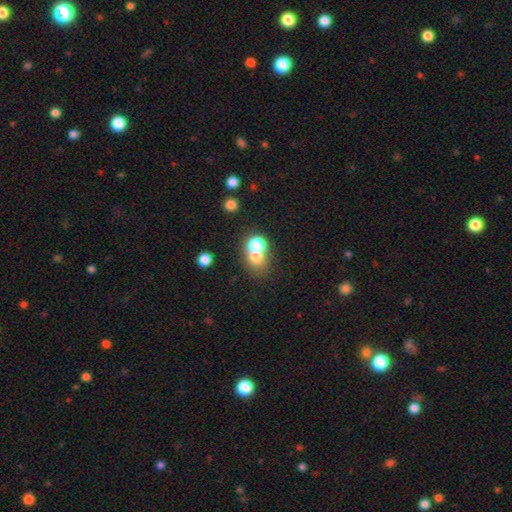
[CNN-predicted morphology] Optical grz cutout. It shows a smooth galaxy with no disk features (71%) that is round (68%). Merging: merger (60%).